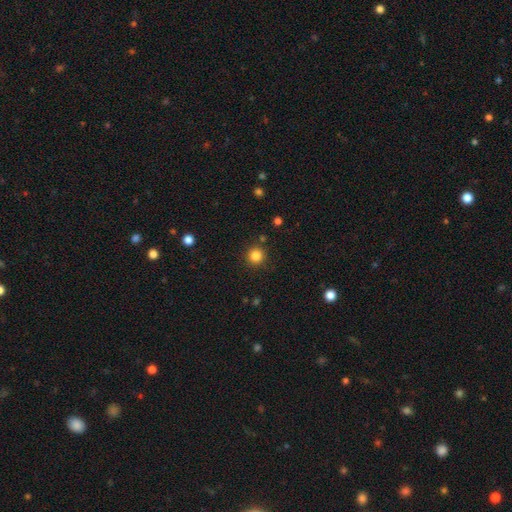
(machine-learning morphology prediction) smooth-or-featured: smooth: 83% | star or artifact: 12% | featured or disk: 4%
  how-rounded: round: 94% | in between: 5% | cigar-shaped: 1%
  merging: none: 89% | minor disturbance: 6% | merger: 3% | major disturbance: 2%